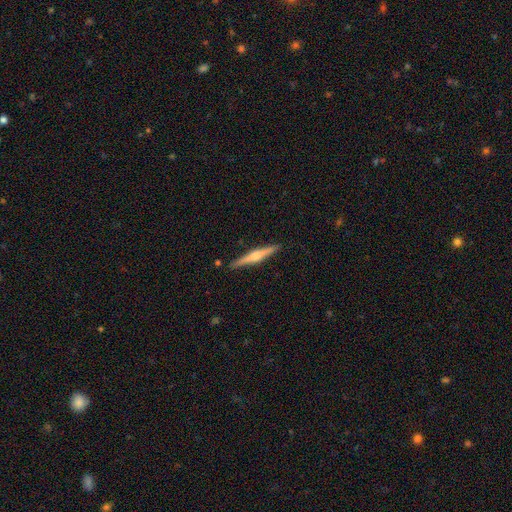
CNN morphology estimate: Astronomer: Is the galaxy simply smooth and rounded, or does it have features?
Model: featured or disk — 67%.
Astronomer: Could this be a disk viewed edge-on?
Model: yes — 98%.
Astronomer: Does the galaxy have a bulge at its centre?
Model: rounded — 86%.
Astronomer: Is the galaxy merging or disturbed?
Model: none — 90%.